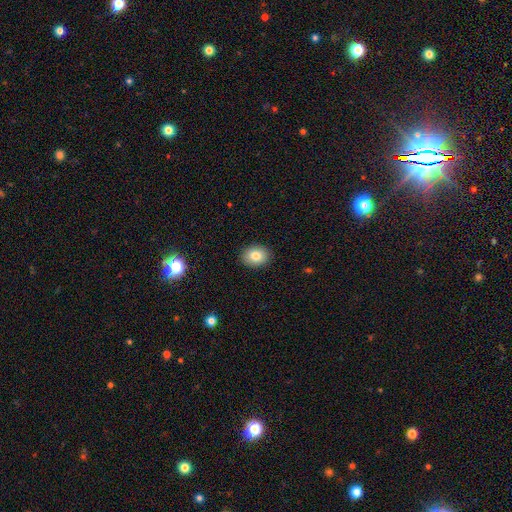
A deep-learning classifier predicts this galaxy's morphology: smooth-or-featured: smooth: 81% | featured or disk: 9% | star or artifact: 9%
  how-rounded: in between: 51% | round: 48% | cigar-shaped: 1%
  merging: none: 90% | minor disturbance: 7% | major disturbance: 2% | merger: 1%